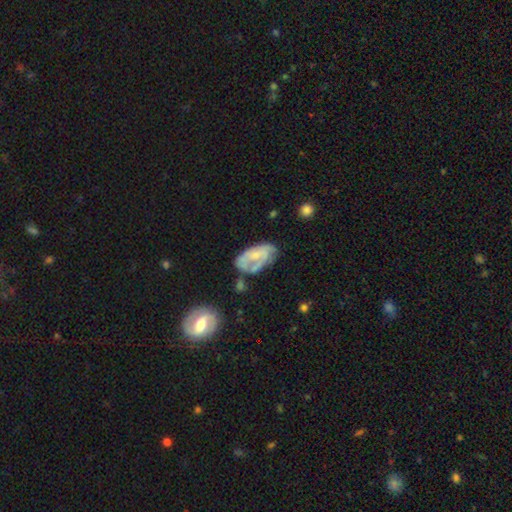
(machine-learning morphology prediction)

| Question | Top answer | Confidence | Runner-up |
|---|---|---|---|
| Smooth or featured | featured or disk | 58% | smooth (35%) |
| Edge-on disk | no | 94% | yes (6%) |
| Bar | no | 67% | weak (27%) |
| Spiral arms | yes | 59% | no (41%) |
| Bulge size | small | 54% | moderate (27%) |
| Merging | none | 43% | minor disturbance (29%) |